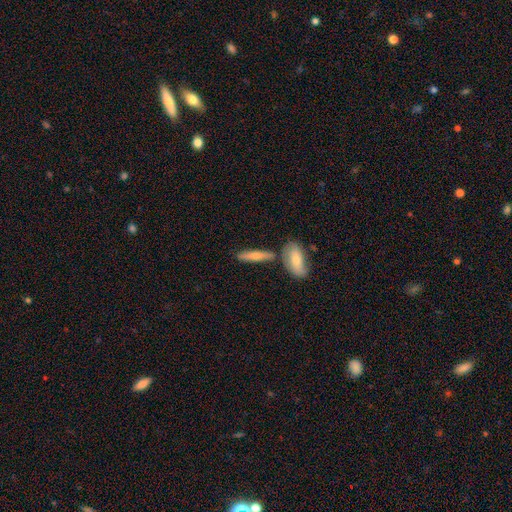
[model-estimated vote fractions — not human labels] Q: Smooth or featured?
A: smooth (65%); runner-up: featured or disk (29%)
Q: How rounded?
A: cigar-shaped (75%); runner-up: in between (23%)
Q: Merging?
A: none (69%); runner-up: merger (17%)